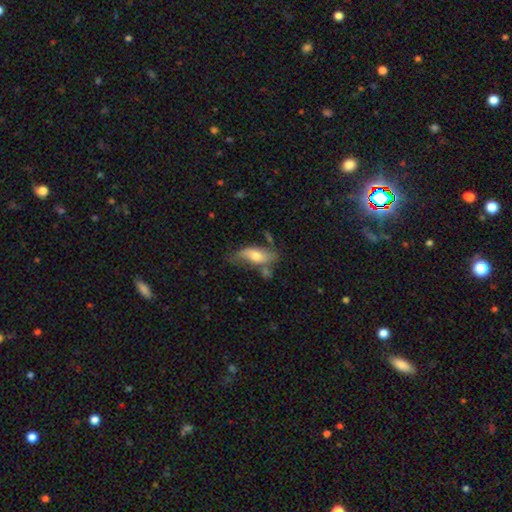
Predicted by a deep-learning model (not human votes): This is possibly a smooth galaxy (56%). How rounded: likely in between (78%). Merging: possibly none (46%).